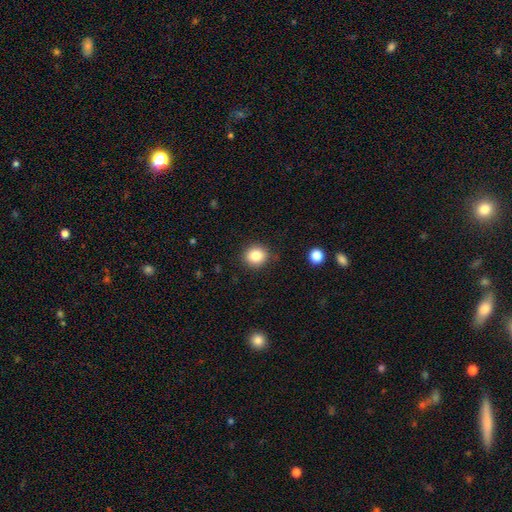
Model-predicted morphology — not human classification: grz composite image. It shows a smooth galaxy with no disk features (84%) that is round (83%). Merging: none (87%).